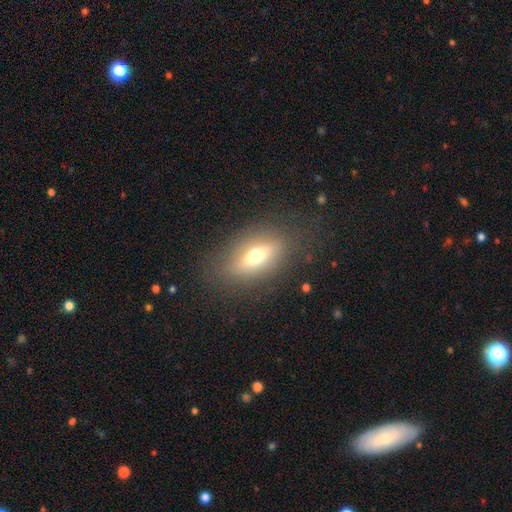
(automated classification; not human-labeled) This appears to be a smooth galaxy with no disk features (60%) that is in between round and cigar-shaped (77%). Merging: none (80%).